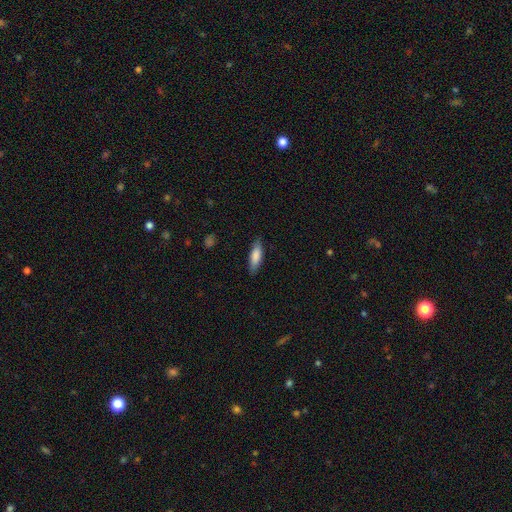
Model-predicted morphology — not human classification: smooth-or-featured: smooth: 83% | featured or disk: 12% | star or artifact: 6%
  how-rounded: in between: 51% | cigar-shaped: 47% | round: 2%
  merging: none: 84% | minor disturbance: 12% | major disturbance: 2% | merger: 1%